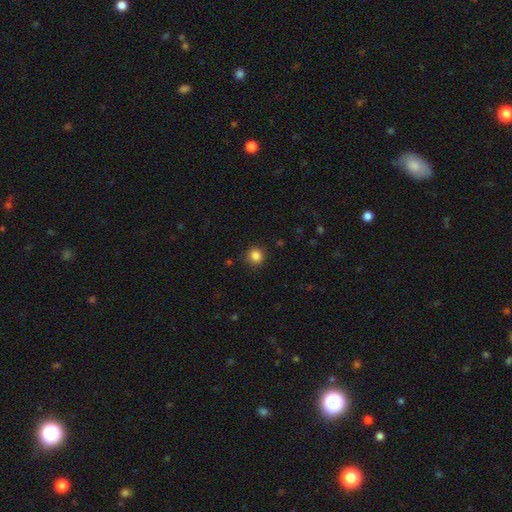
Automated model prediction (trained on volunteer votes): Smooth or featured? smooth (85%)
How rounded? round (93%)
Merging? none (89%)